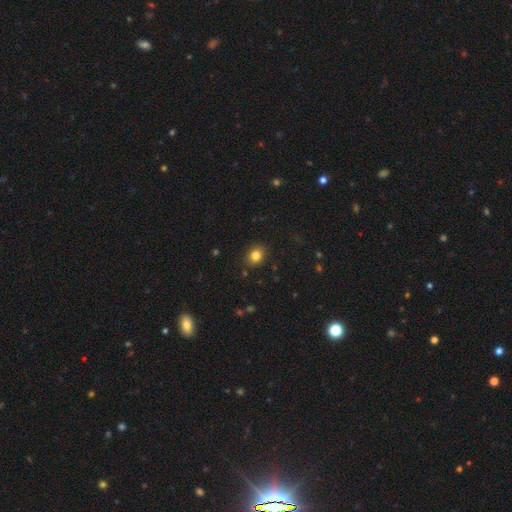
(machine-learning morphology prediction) A smooth galaxy with no disk features (83%) that is round (57%). Merging: none (88%).